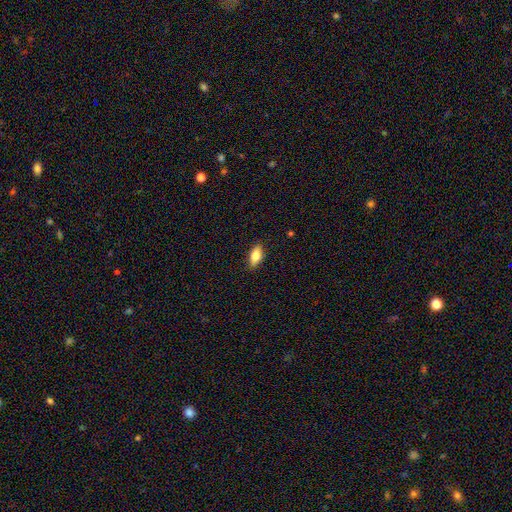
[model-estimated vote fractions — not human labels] smooth 80%, featured or disk 13%, star or artifact 7%. Down the decision tree: how rounded — in between (87%); merging — none (88%).